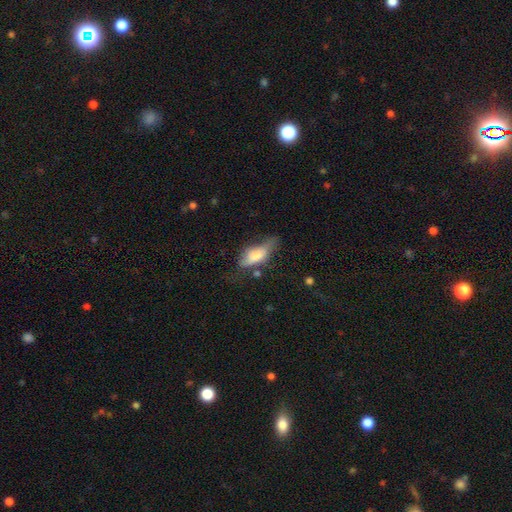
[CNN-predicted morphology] smooth-or-featured: smooth: 69% | featured or disk: 23% | star or artifact: 8%
  how-rounded: in between: 77% | cigar-shaped: 20% | round: 3%
  merging: minor disturbance: 36% | none: 34% | major disturbance: 24% | merger: 6%